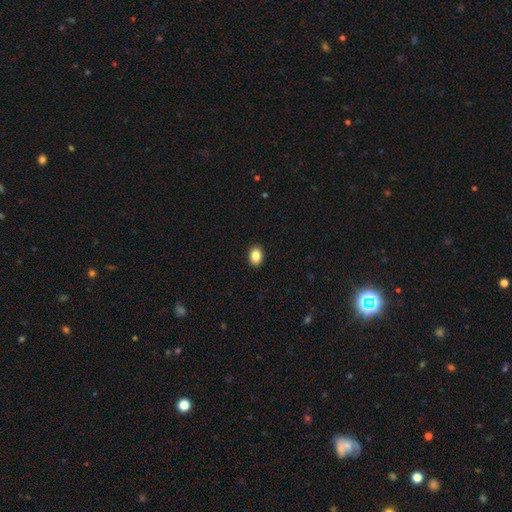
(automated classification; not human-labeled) A smooth galaxy with no disk features (86%) that is in between round and cigar-shaped (69%).

Vote fractions:
- Smooth or featured? smooth: 86% / star or artifact: 9% / featured or disk: 5%
- How rounded? in between: 69% / round: 30% / cigar-shaped: 1%
- Merging? none: 91% / minor disturbance: 6% / major disturbance: 2% / merger: 1%